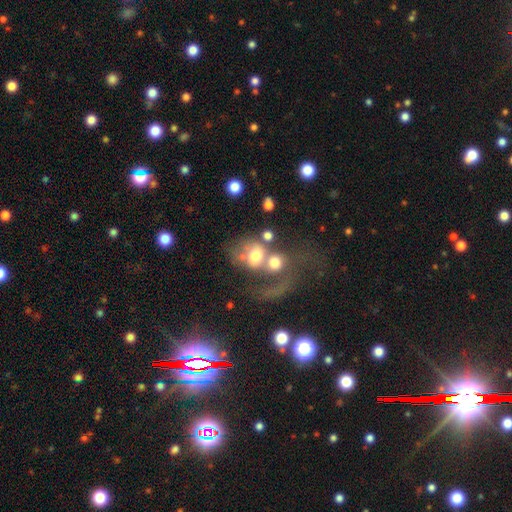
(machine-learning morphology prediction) smooth-or-featured: smooth: 51% | featured or disk: 37% | star or artifact: 13%
  how-rounded: round: 55% | in between: 43% | cigar-shaped: 2%
  merging: merger: 59% | major disturbance: 24% | none: 11% | minor disturbance: 6%